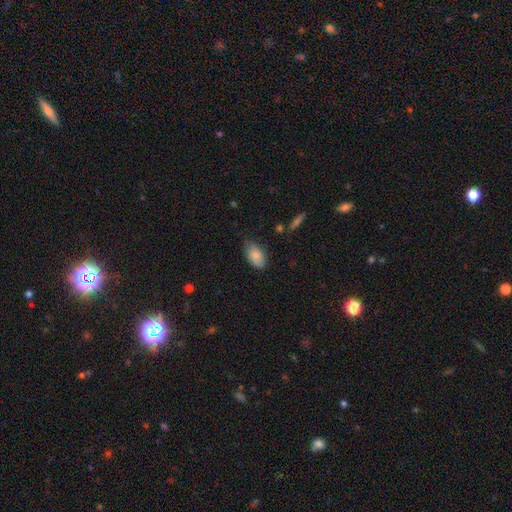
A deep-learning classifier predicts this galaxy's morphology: The model was most divided on "merging": none: 74%, minor disturbance: 21%, major disturbance: 3%, merger: 1%. More confident: how rounded — in between (94%); smooth or featured — smooth (85%).